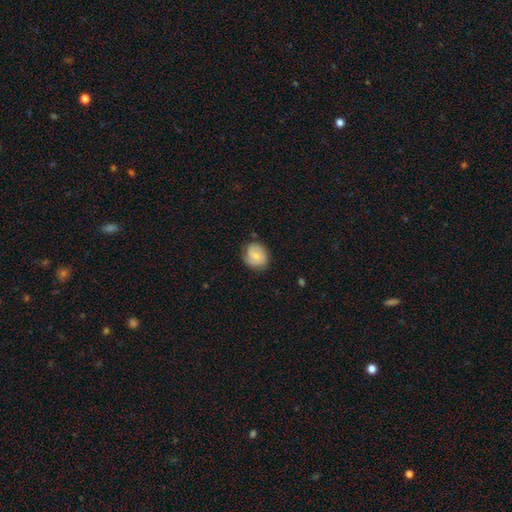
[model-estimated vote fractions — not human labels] Smooth or featured? Predicted: smooth (p=0.71). How rounded? Predicted: round (p=0.73). Merging? Predicted: none (p=0.75).